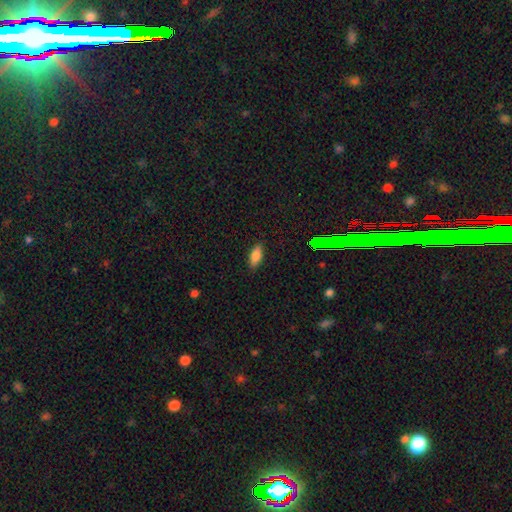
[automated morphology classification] A smooth galaxy with no disk features (81%) that is in between round and cigar-shaped (79%). Merging: none (87%).